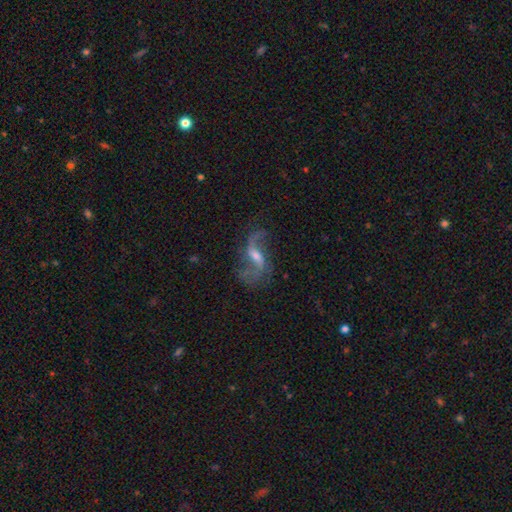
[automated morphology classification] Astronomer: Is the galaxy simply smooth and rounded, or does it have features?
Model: featured or disk — 85%.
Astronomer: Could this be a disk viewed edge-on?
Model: no — 95%.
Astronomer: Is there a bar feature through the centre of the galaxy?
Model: weak — 51%.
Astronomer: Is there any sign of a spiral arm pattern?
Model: yes — 94%.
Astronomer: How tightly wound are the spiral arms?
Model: loose — 79%.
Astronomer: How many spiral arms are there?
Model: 2 — 86%.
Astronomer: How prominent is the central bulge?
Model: moderate — 49% (runner-up: small, 41%).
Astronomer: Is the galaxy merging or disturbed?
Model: none — 70%.